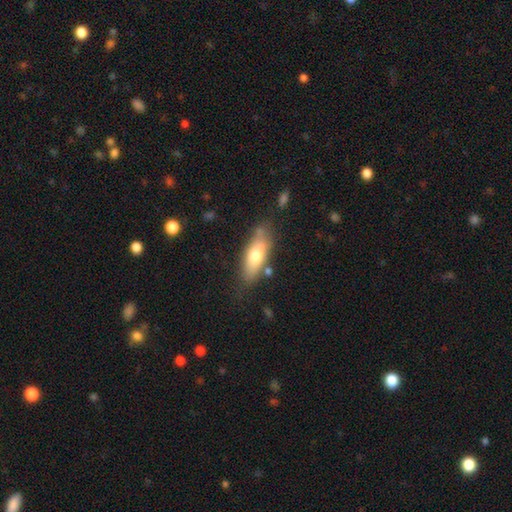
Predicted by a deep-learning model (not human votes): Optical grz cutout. It shows a smooth galaxy with no disk features (67%) that is in between round and cigar-shaped (67%). Merging: none (70%).